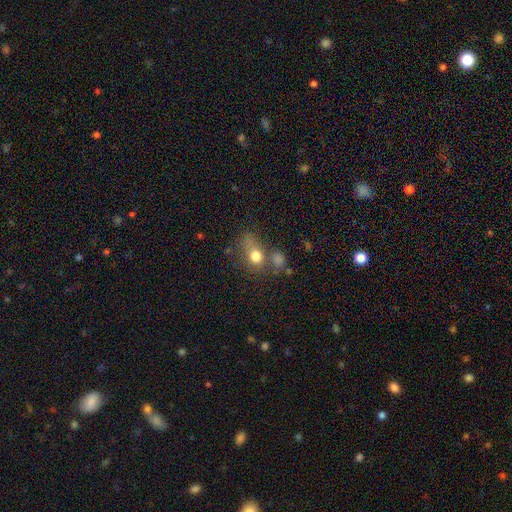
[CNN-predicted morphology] type=smooth (72%); roundness=round (54%); merging=none (37%).